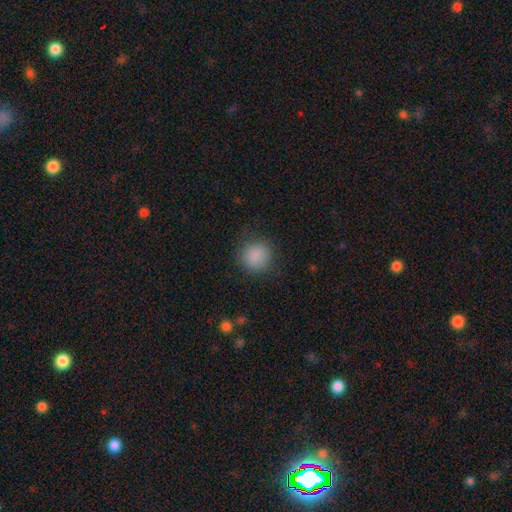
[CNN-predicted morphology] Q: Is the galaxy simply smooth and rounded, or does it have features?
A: smooth — 86%.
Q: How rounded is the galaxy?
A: round — 88%.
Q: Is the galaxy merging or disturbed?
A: none — 82%.